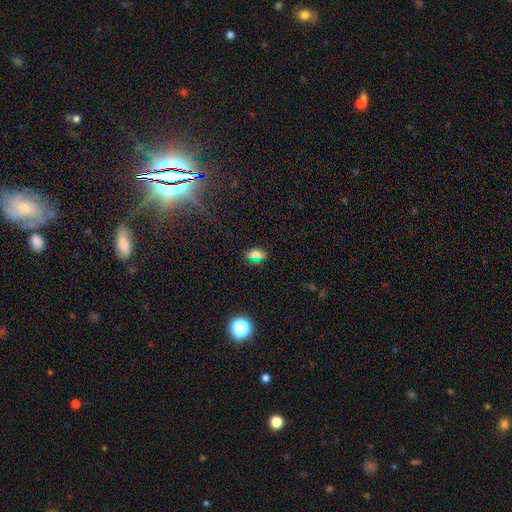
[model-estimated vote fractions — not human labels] This is likely a smooth galaxy (66%). How rounded: likely in between (75%). Merging: likely none (80%).